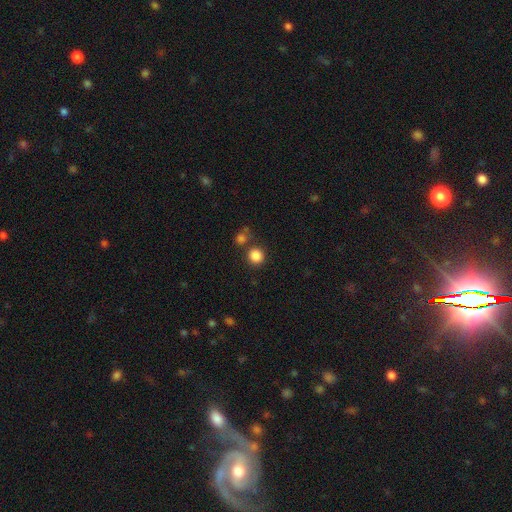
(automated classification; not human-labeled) smooth_or_featured: smooth (p=0.85) [alt: star or artifact p=0.11]
how_rounded: round (p=0.91) [alt: in between p=0.08]
merging: none (p=0.76) [alt: merger p=0.13]